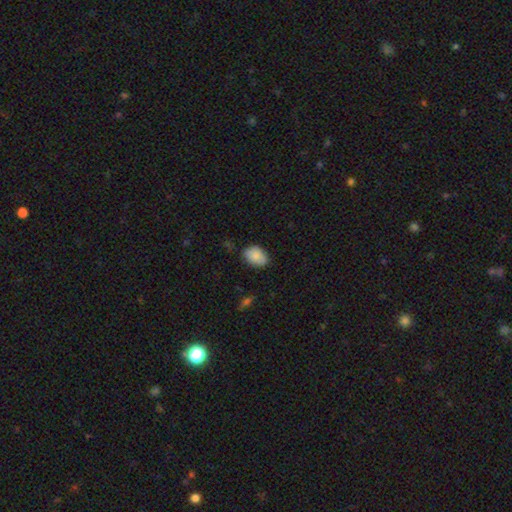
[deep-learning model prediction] A smooth galaxy with no disk features (83%) that is in between round and cigar-shaped (82%).

Vote fractions:
- Smooth or featured? smooth: 83% / featured or disk: 10% / star or artifact: 7%
- How rounded? in between: 82% / round: 17% / cigar-shaped: 1%
- Merging? none: 74% / minor disturbance: 21% / major disturbance: 3% / merger: 1%